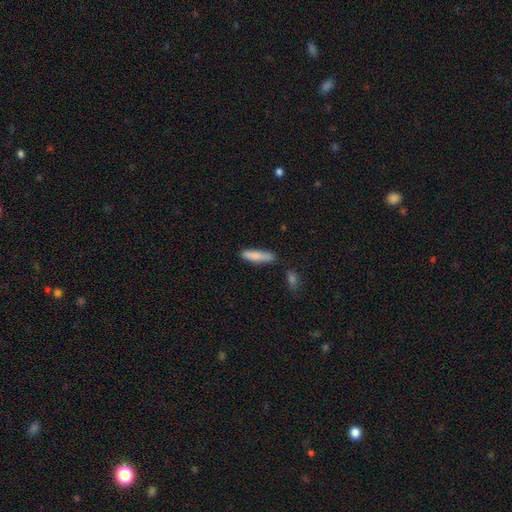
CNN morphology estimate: Smooth or featured? smooth (83%)
How rounded? cigar-shaped (77%)
Merging? none (75%)